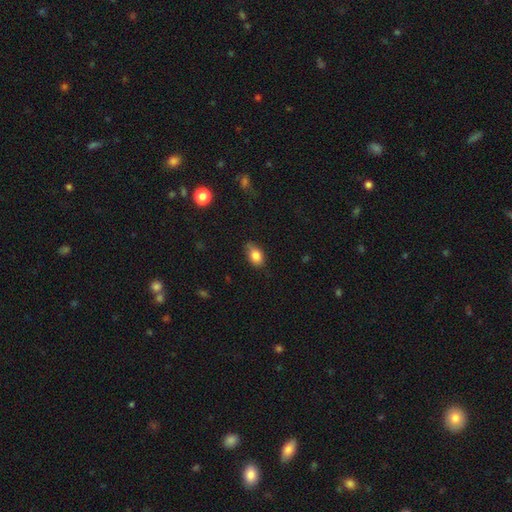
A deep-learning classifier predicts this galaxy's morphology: Smooth or featured? smooth (83%)
How rounded? in between (83%)
Merging? none (71%)